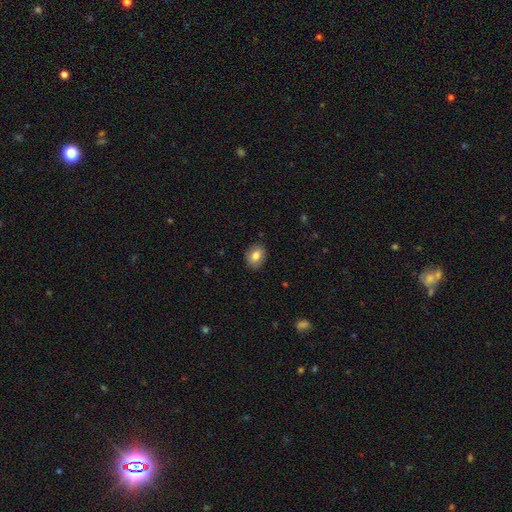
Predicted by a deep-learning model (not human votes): A smooth galaxy with no disk features (82%) that is in between round and cigar-shaped (55%). Merging: none (88%).